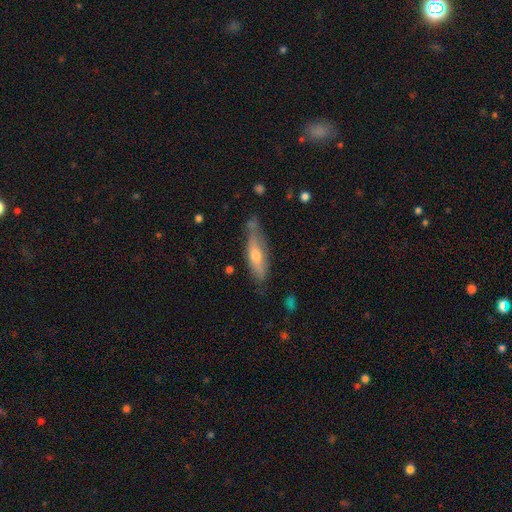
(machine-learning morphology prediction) A smooth galaxy with no disk features (54%) that is cigar-shaped (62%). Merging: none (61%).